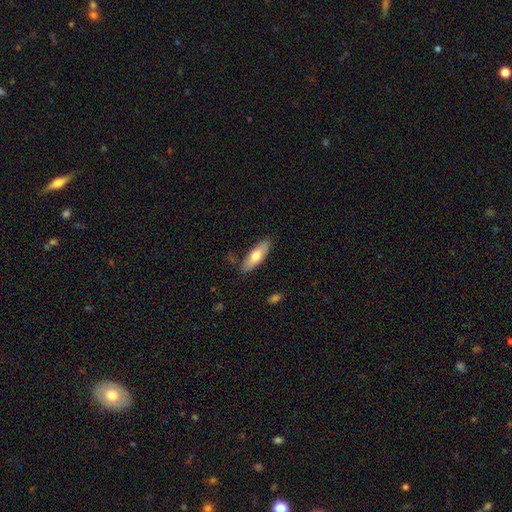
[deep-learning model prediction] Smooth or featured? Predicted: smooth (p=0.66). How rounded? Predicted: in between (p=0.59). Merging? Predicted: none (p=0.83).